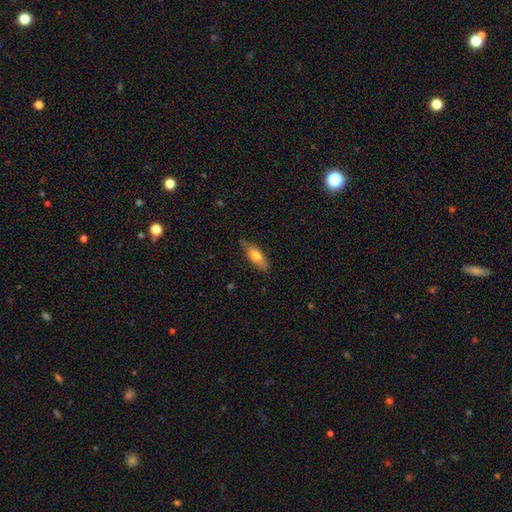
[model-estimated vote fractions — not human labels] Smooth or featured? smooth (68%)
How rounded? in between (68%)
Merging? none (79%)